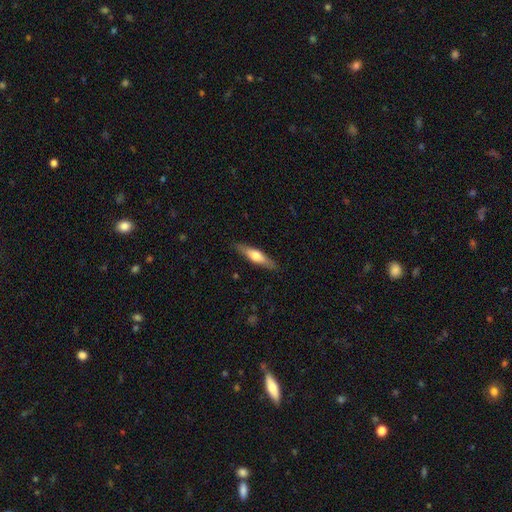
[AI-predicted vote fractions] Smooth or featured?
  - smooth: 50% *
  - featured or disk: 45%
  - star or artifact: 5%
How rounded?
  - cigar-shaped: 76% *
  - in between: 22%
  - round: 2%
Merging?
  - none: 88% *
  - minor disturbance: 9%
  - major disturbance: 2%
  - merger: 1%